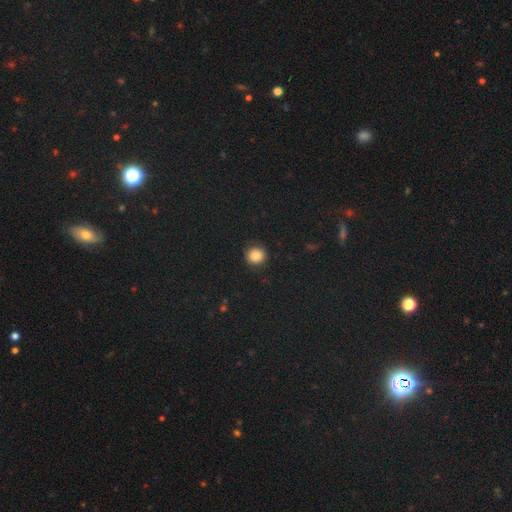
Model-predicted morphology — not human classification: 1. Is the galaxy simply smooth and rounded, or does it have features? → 84% smooth, 11% star or artifact, 5% featured or disk.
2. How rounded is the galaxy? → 91% round, 8% in between, 1% cigar-shaped.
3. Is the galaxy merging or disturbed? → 91% none, 6% minor disturbance, 2% major disturbance, 1% merger.